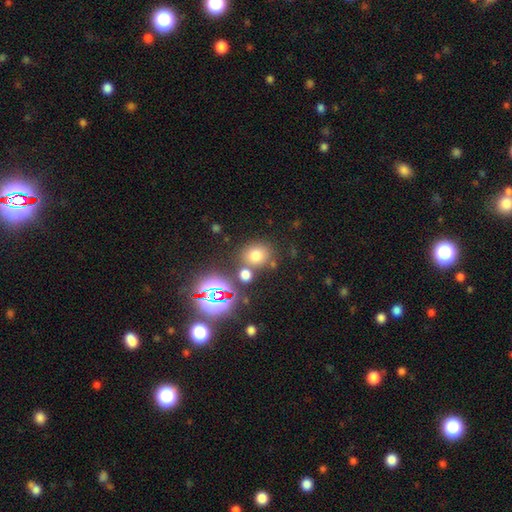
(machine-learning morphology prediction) smooth 68%, star or artifact 23%, featured or disk 9%. Down the decision tree: how rounded — round (73%); merging — none (68%).